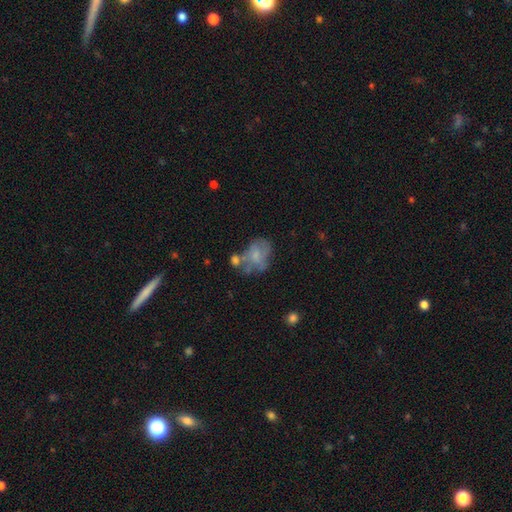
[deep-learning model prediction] Morphology: type=smooth (48%); merging=none (31%).